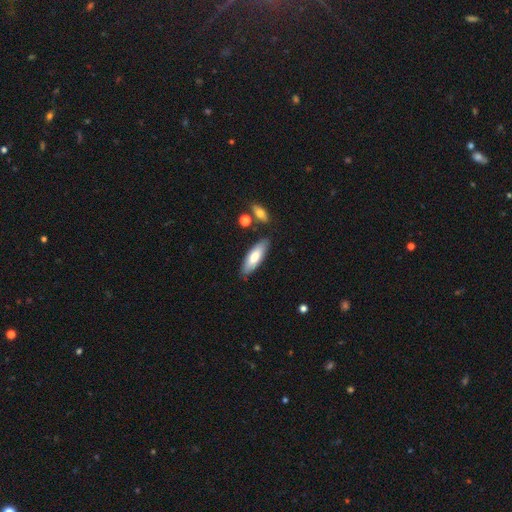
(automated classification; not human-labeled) smooth-or-featured: smooth: 74% | featured or disk: 21% | star or artifact: 6%
  how-rounded: in between: 54% | cigar-shaped: 44% | round: 2%
  merging: none: 84% | minor disturbance: 11% | merger: 3% | major disturbance: 2%